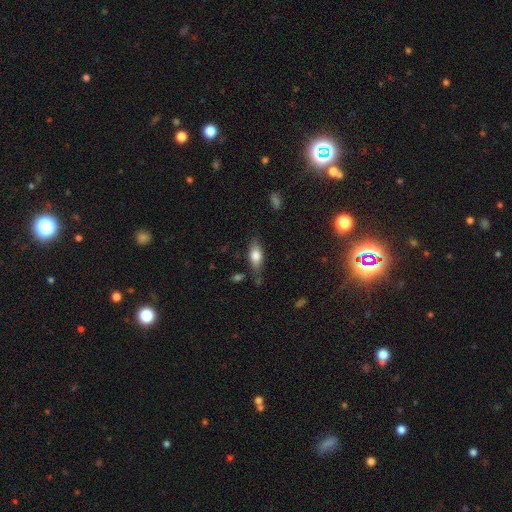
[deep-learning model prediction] Smooth or featured? smooth (74%)
How rounded? in between (82%)
Merging? none (67%)